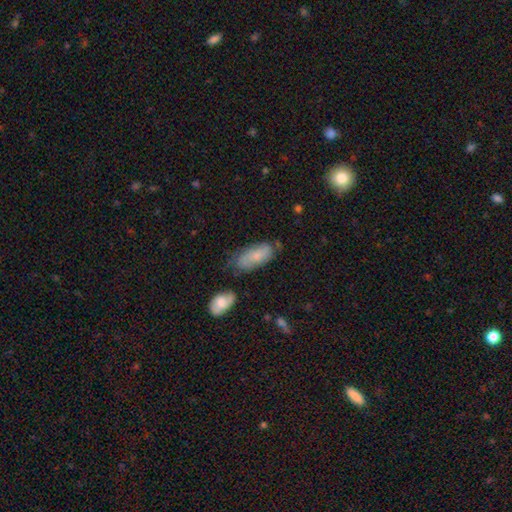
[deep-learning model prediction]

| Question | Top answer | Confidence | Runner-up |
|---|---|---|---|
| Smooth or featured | smooth | 65% | featured or disk (27%) |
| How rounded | in between | 86% | cigar-shaped (11%) |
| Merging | none | 56% | minor disturbance (29%) |